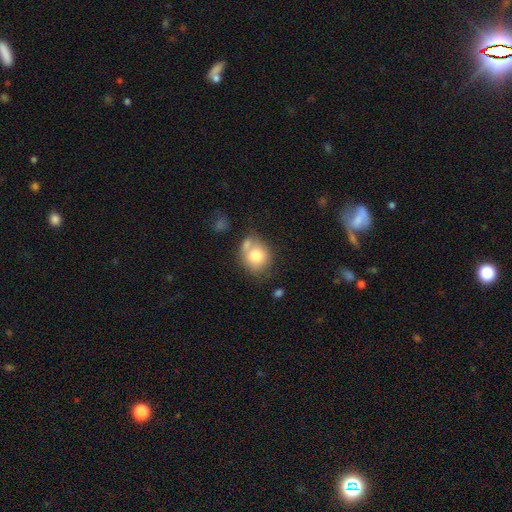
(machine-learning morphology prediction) A smooth galaxy with no disk features (75%) that is round (66%). Merging: none (49%).